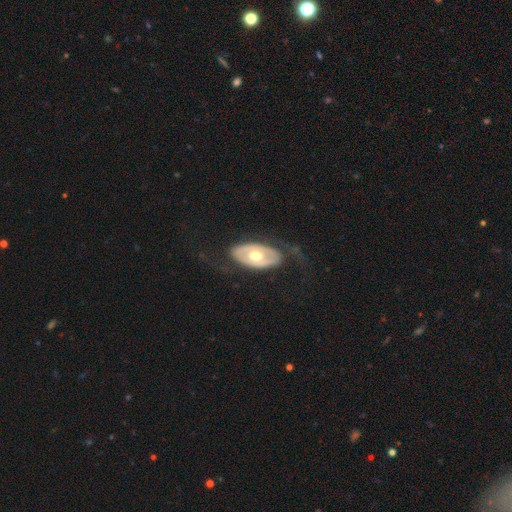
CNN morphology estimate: A featured or disk galaxy (65%) with no bar (77%), no spiral arms (73%) and a moderate central bulge (71%). Merging: none (68%).